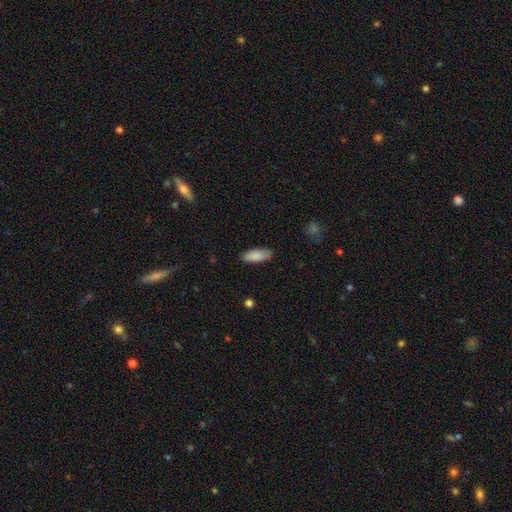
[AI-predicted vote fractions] smooth-or-featured: smooth: 88% | star or artifact: 6% | featured or disk: 6%
  how-rounded: in between: 73% | cigar-shaped: 25% | round: 2%
  merging: none: 84% | minor disturbance: 13% | major disturbance: 2% | merger: 1%